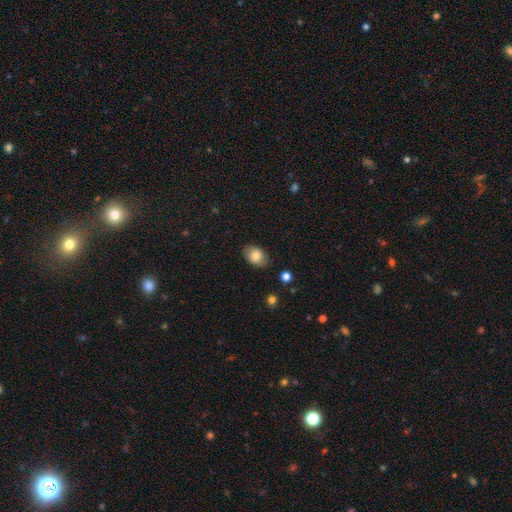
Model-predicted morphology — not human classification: The model was most divided on "smooth or featured": smooth: 79%, featured or disk: 13%, star or artifact: 8%. More confident: how rounded — in between (84%); merging — none (84%).